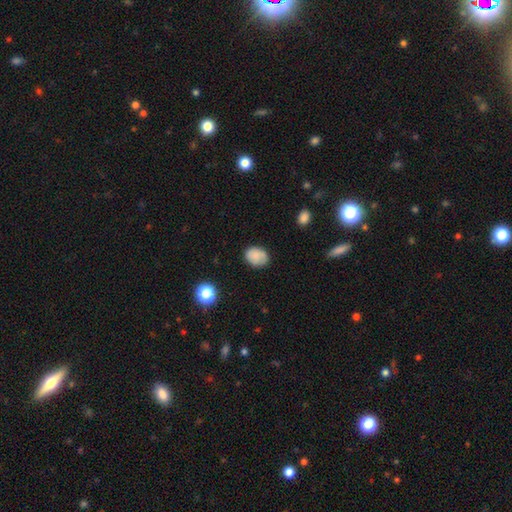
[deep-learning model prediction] Smooth or featured? smooth (82%)
How rounded? in between (66%)
Merging? none (79%)